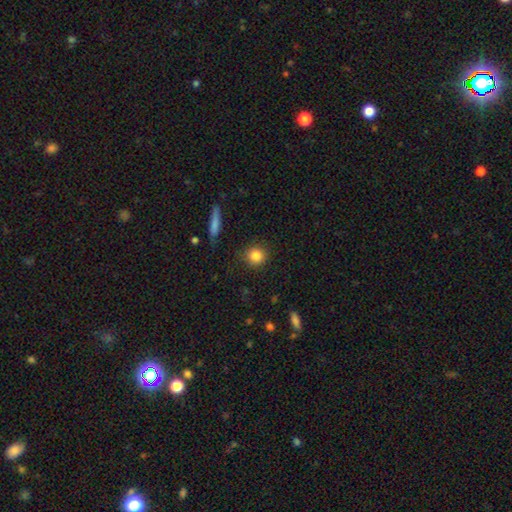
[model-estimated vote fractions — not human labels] Smooth or featured: smooth — 85% (star or artifact — 9%)
How rounded: round — 90% (in between — 9%)
Merging: none — 88% (minor disturbance — 8%)